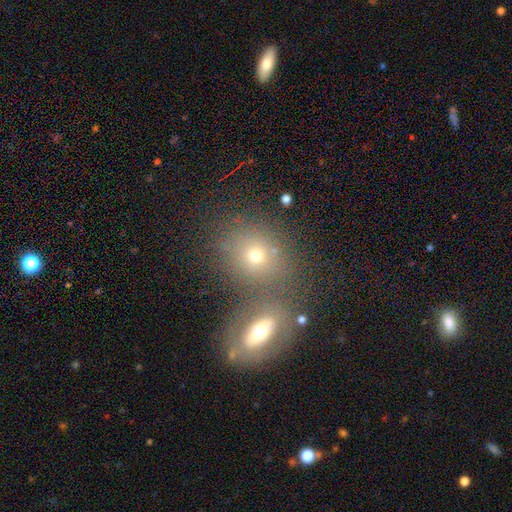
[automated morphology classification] Overall: smooth (66%). How rounded: round (64%; in between 35%). Merging: none (51%; merger 36%).